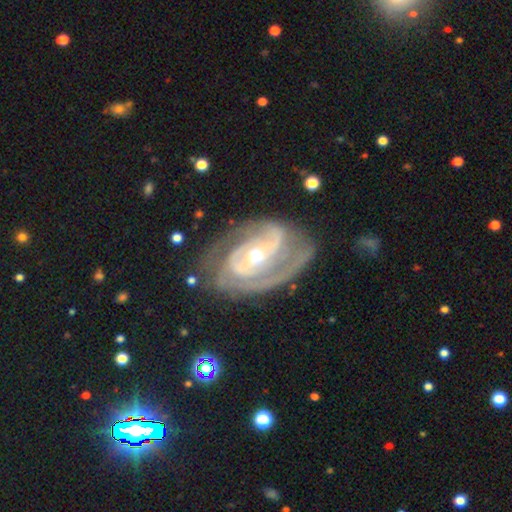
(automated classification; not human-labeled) Q: Smooth or featured?
A: featured or disk (90%); runner-up: smooth (5%)
Q: Edge-on disk?
A: no (96%); runner-up: yes (4%)
Q: Bar?
A: no (45%); runner-up: weak (33%)
Q: Spiral arms?
A: yes (95%); runner-up: no (5%)
Q: Spiral winding?
A: tight (57%); runner-up: medium (34%)
Q: Spiral arm count?
A: 2 (51%); runner-up: 3 (18%)
Q: Bulge size?
A: moderate (54%); runner-up: small (42%)
Q: Merging?
A: none (61%); runner-up: minor disturbance (23%)